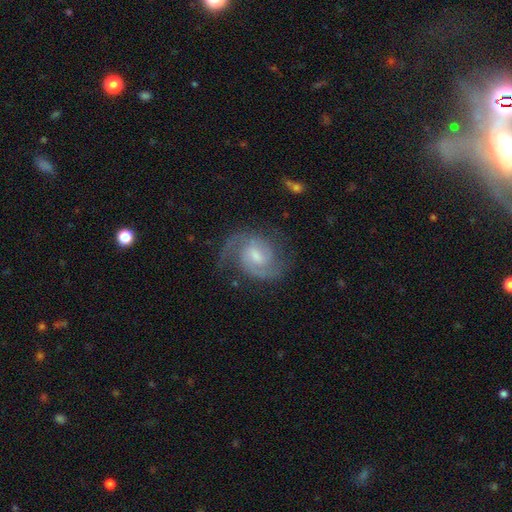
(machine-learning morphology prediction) The model was most divided on "bulge size": moderate: 47%, small: 37%, none: 9%, large: 5%, dominant: 1%. More confident: edge-on disk — no (98%); spiral arms — yes (98%); smooth or featured — featured or disk (89%); spiral arm count — 2 (87%); merging — none (74%); bar — weak (57%); spiral winding — medium (54%).